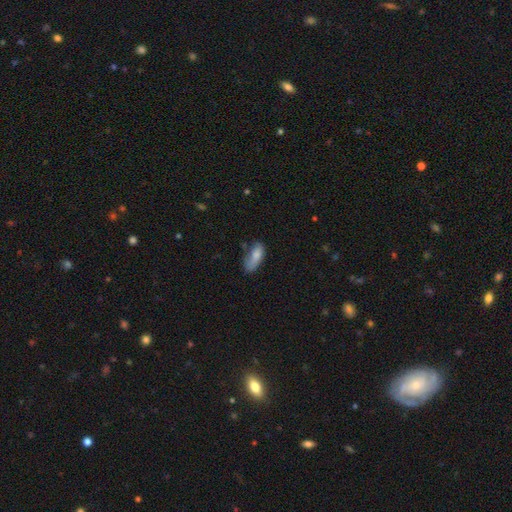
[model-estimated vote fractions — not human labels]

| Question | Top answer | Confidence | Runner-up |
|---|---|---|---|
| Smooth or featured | smooth | 79% | featured or disk (14%) |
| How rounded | in between | 80% | cigar-shaped (18%) |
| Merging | none | 43% | minor disturbance (33%) |